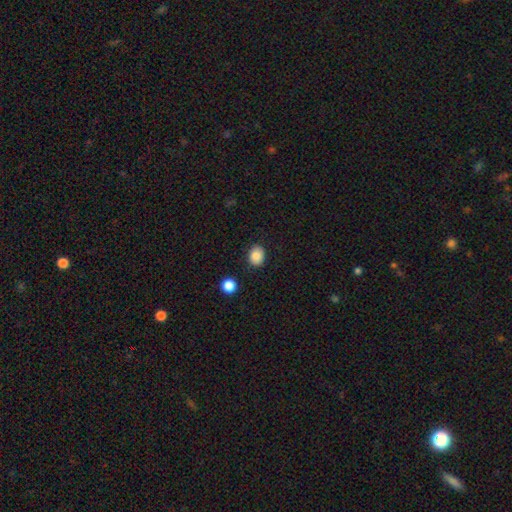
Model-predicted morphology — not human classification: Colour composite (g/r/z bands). It shows a smooth galaxy with no disk features (86%) that is in between round and cigar-shaped (50%). Merging: none (86%).